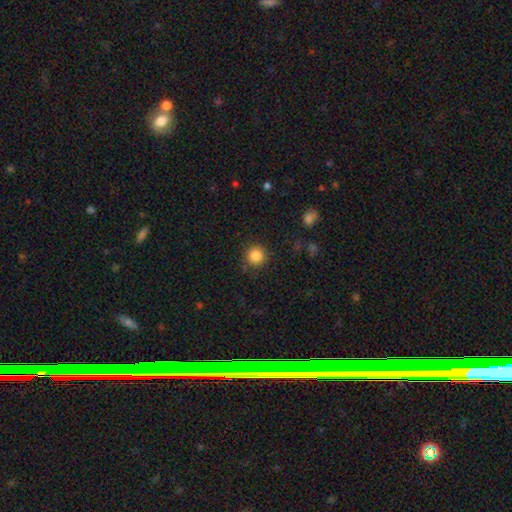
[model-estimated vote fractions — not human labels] smooth_or_featured: smooth (p=0.85) [alt: star or artifact p=0.11]
how_rounded: round (p=0.95) [alt: in between p=0.04]
merging: none (p=0.89) [alt: minor disturbance p=0.07]